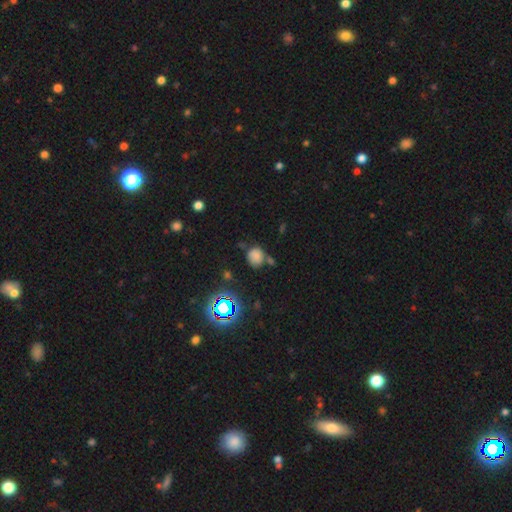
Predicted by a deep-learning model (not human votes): Smooth or featured? smooth (72%)
How rounded? round (70%)
Merging? none (60%)